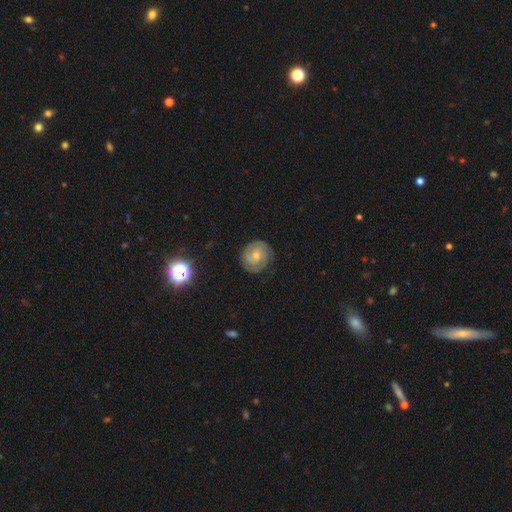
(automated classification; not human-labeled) Smooth or featured: featured or disk — 73% (smooth — 19%)
Edge-on disk: no — 98% (yes — 2%)
Bar: no — 70% (weak — 25%)
Spiral arms: yes — 93% (no — 7%)
Spiral winding: tight — 72% (medium — 23%)
Spiral arm count: 2 — 55% (can't tell — 19%)
Bulge size: small — 58% (moderate — 37%)
Merging: none — 83% (minor disturbance — 12%)